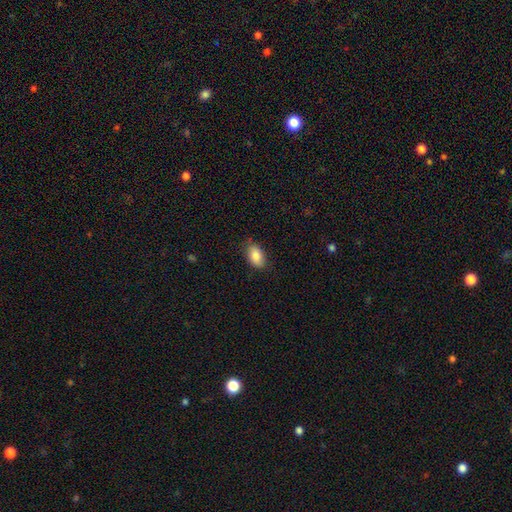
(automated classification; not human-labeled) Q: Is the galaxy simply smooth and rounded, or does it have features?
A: smooth — 85%.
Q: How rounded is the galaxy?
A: in between — 91%.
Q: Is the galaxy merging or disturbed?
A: none — 82%.